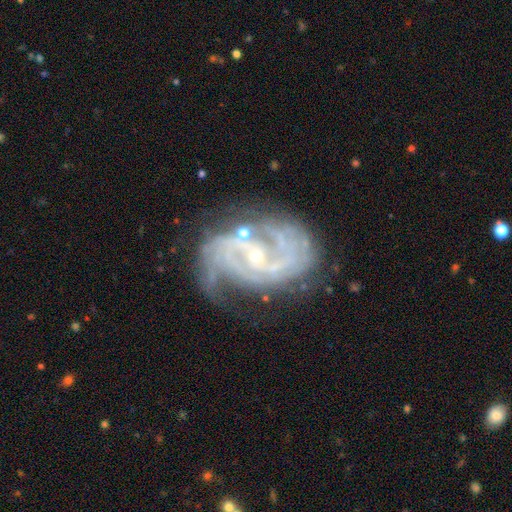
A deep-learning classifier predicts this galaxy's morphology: smooth-or-featured: featured or disk: 89% | star or artifact: 6% | smooth: 4%
  disk-edge-on: no: 97% | yes: 3%
    bar: no: 43% | weak: 38% | strong: 19%
    has-spiral-arms: yes: 97% | no: 3%
      spiral-winding: tight: 43% (tied) | medium: 43% (tied) | loose: 14%
      spiral-arm-count: 2: 46% | can't tell: 19% | 3: 15% | 4: 8% | more than 4: 6% | 1: 6%
    bulge-size: small: 79% | moderate: 17% | none: 2% | large: 1% | dominant: 1%
  merging: none: 54% | minor disturbance: 24% | major disturbance: 17% | merger: 5%